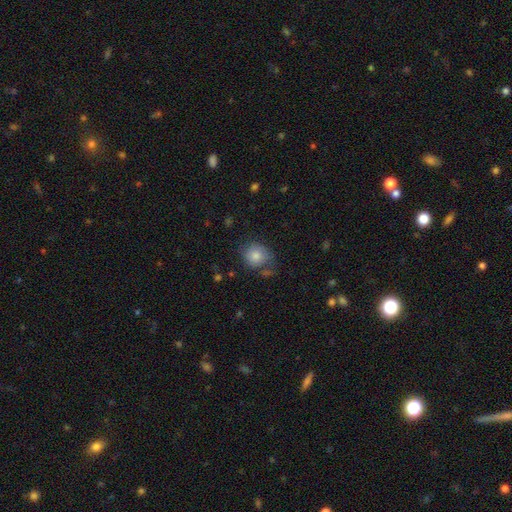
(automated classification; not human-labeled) This appears to be a smooth galaxy with no disk features (81%) that is round (83%). Merging: none (66%).